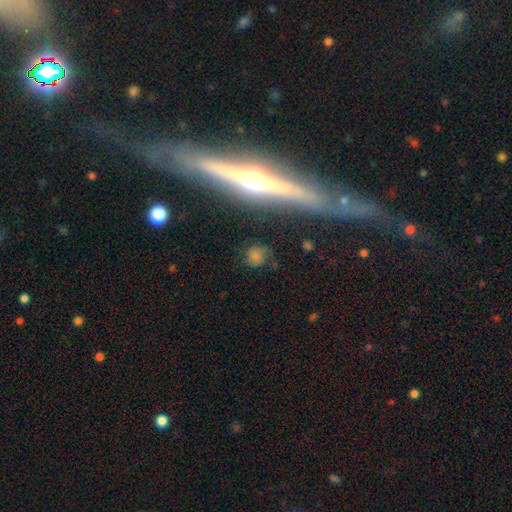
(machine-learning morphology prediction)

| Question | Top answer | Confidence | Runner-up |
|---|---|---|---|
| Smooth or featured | smooth | 59% | star or artifact (24%) |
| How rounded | round | 76% | in between (21%) |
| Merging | none | 64% | minor disturbance (21%) |